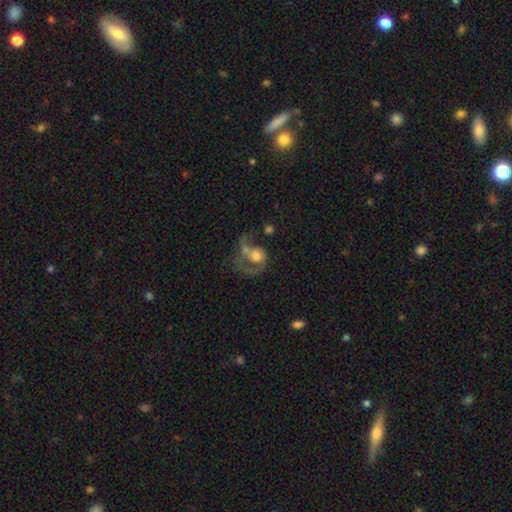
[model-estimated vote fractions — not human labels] Smooth or featured? featured or disk (63%)
Edge-on disk? no (98%)
Bar? no (77%)
Spiral arms? yes (74%)
Bulge size? moderate (55%)
Merging? merger (43%)